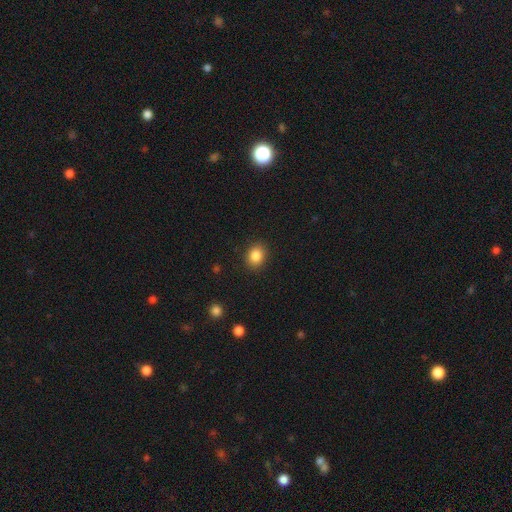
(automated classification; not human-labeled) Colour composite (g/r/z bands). It shows a smooth galaxy with no disk features (85%) that is round (53%). Merging: none (89%).